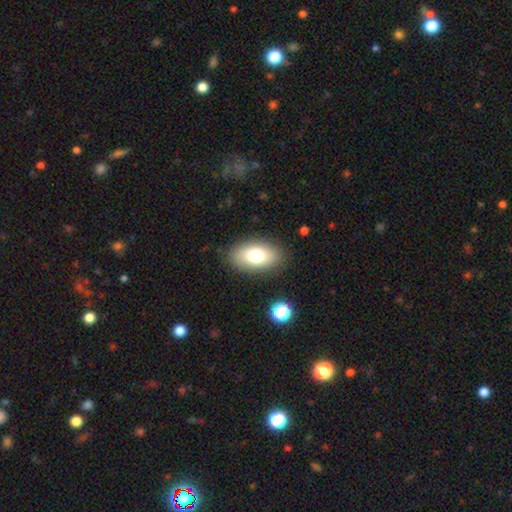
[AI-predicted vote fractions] A smooth galaxy with no disk features (74%) that is in between round and cigar-shaped (92%). Merging: none (86%).